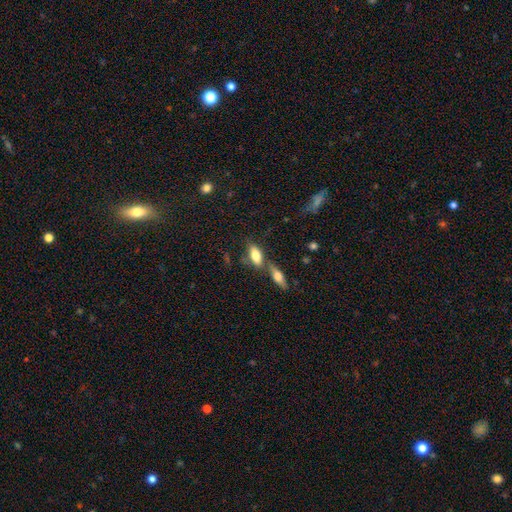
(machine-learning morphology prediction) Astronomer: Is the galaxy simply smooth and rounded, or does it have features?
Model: smooth — 72%.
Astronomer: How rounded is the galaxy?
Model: in between — 82%.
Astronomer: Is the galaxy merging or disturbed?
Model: none — 52% (runner-up: merger, 29%).